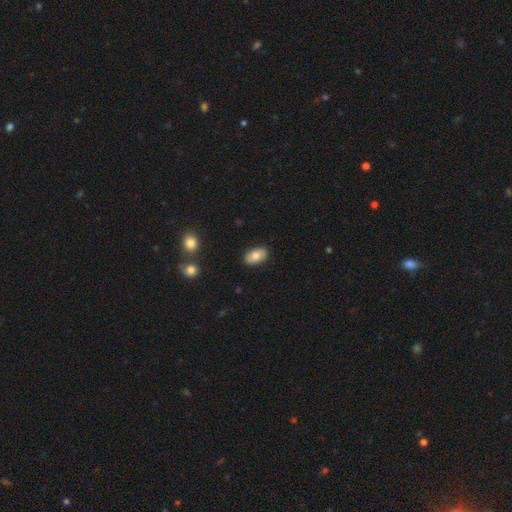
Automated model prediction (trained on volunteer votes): This is likely a smooth galaxy (78%). How rounded: clearly in between (93%). Merging: clearly none (88%).